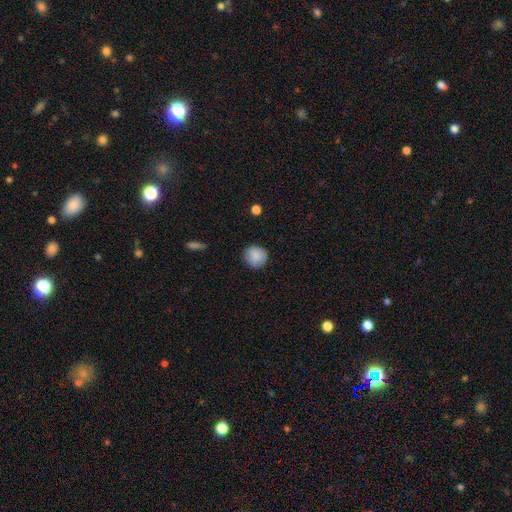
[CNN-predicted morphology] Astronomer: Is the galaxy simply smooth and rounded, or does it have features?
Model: smooth — 88%.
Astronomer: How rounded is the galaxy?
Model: round — 91%.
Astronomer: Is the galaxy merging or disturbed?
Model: none — 85%.